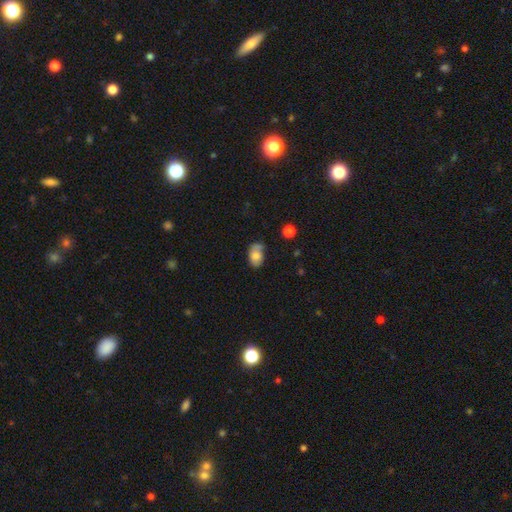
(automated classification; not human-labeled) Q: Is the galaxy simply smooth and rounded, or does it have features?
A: smooth — 74%.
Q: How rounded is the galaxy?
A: in between — 84%.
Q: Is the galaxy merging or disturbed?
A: none — 47%.